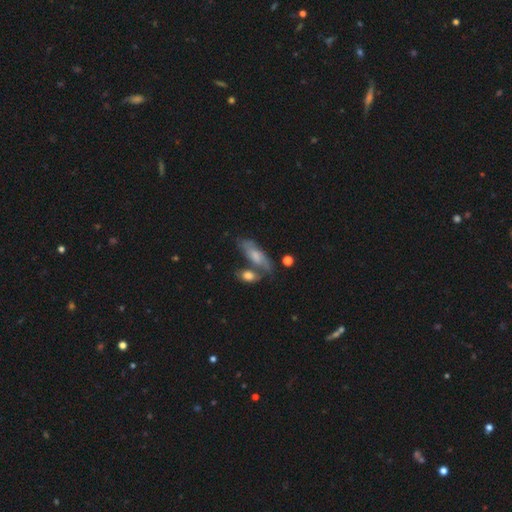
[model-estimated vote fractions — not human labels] Smooth or featured: smooth — 54% (featured or disk — 39%)
How rounded: in between — 70% (cigar-shaped — 24%)
Merging: none — 46% (merger — 25%)